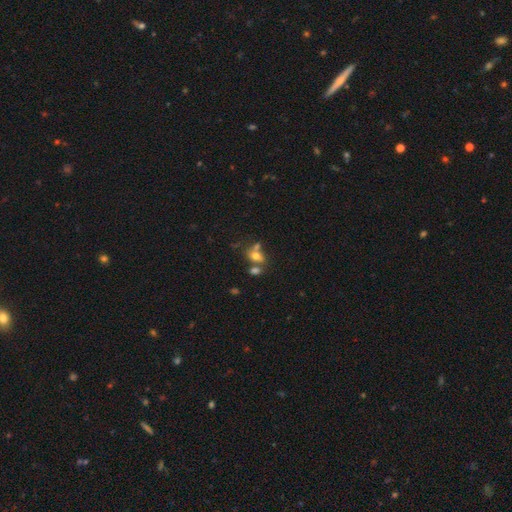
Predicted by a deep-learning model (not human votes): The model was most divided on "merging": merger: 41%, none: 38%, minor disturbance: 13%, major disturbance: 7%. More confident: smooth or featured — smooth (67%); how rounded — in between (65%).